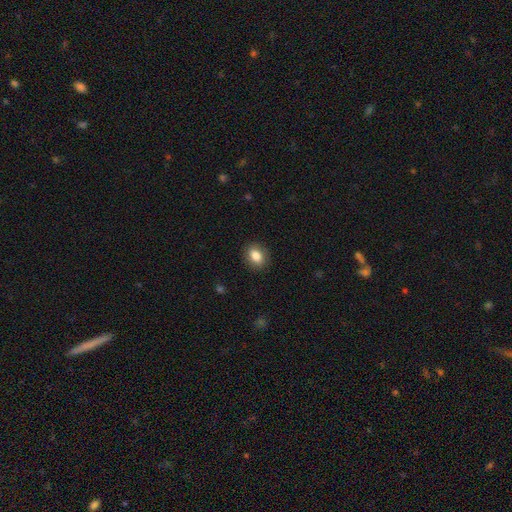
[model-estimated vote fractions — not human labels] Smooth or featured? Predicted: smooth (p=0.85). How rounded? Predicted: in between (p=0.58). Merging? Predicted: none (p=0.89).